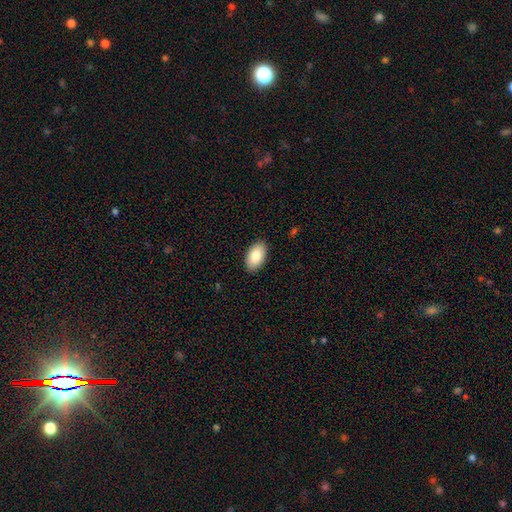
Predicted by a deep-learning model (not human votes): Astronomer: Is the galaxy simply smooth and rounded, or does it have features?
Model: smooth — 84%.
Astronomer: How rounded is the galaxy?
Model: in between — 95%.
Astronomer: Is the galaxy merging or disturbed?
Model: none — 89%.